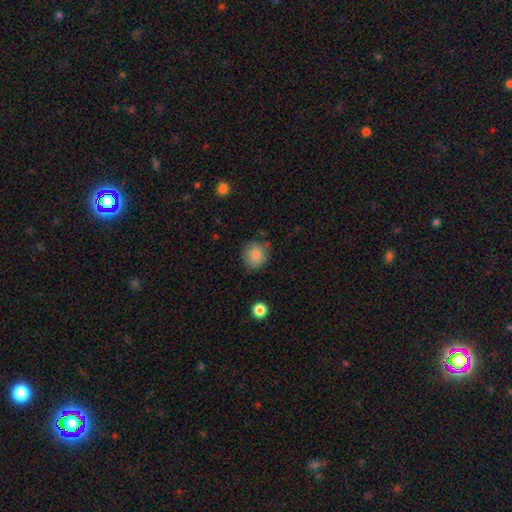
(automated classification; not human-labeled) smooth_or_featured: smooth (p=0.86) [alt: star or artifact p=0.08]
how_rounded: round (p=0.89) [alt: in between p=0.10]
merging: none (p=0.82) [alt: minor disturbance p=0.13]